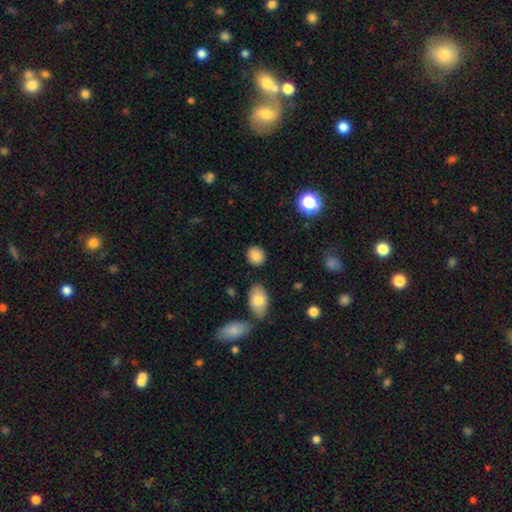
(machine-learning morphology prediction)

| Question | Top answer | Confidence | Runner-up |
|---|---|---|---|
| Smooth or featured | smooth | 86% | star or artifact (9%) |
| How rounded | round | 72% | in between (26%) |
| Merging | none | 85% | minor disturbance (10%) |